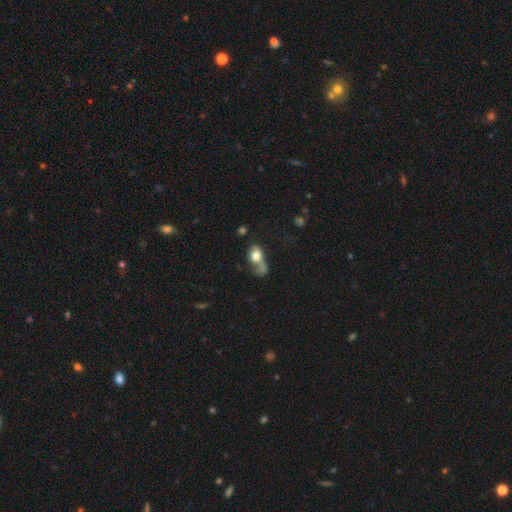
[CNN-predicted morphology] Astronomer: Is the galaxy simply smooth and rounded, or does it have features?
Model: smooth — 69%.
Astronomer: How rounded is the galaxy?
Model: in between — 61%.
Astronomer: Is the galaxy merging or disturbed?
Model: merger — 32% (runner-up: major disturbance, 29%).